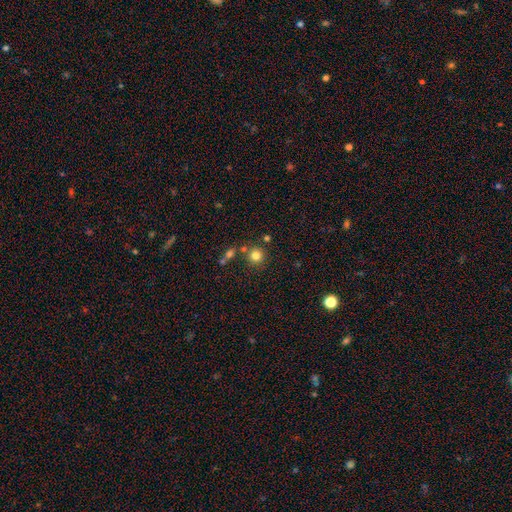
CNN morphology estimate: A smooth galaxy with no disk features (80%) that is round (92%). Merging: none (76%).